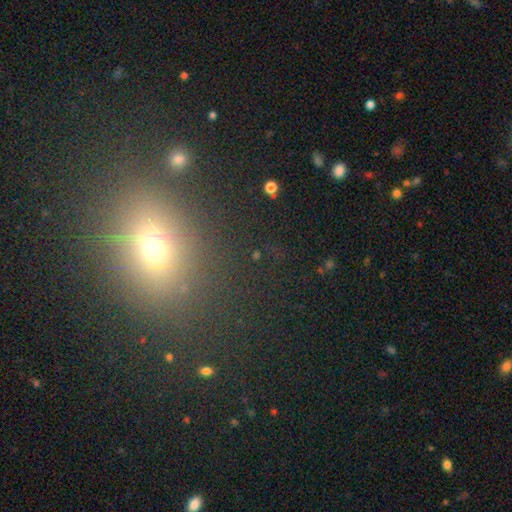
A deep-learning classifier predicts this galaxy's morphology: smooth-or-featured: smooth: 49% | star or artifact: 39% | featured or disk: 12%
  merging: none: 81% | minor disturbance: 9% | major disturbance: 5% | merger: 4%